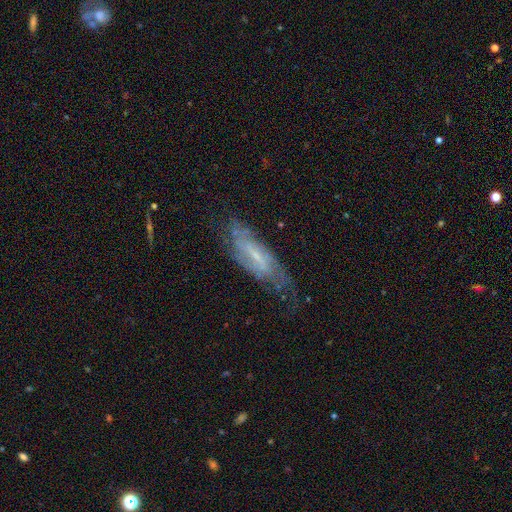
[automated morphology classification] type=featured or disk (73%); edge-on=no (80%); bar=weak (49%); spiral arms=yes (85%); bulge=small (61%); merging=none (59%).